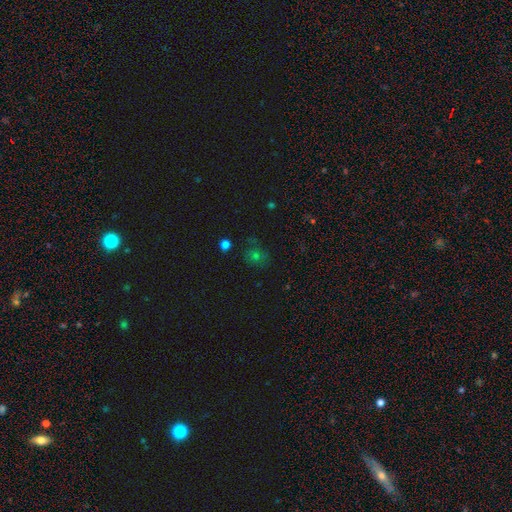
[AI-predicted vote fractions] A smooth galaxy with no disk features (52%) that is round (75%). Merging: none (71%).